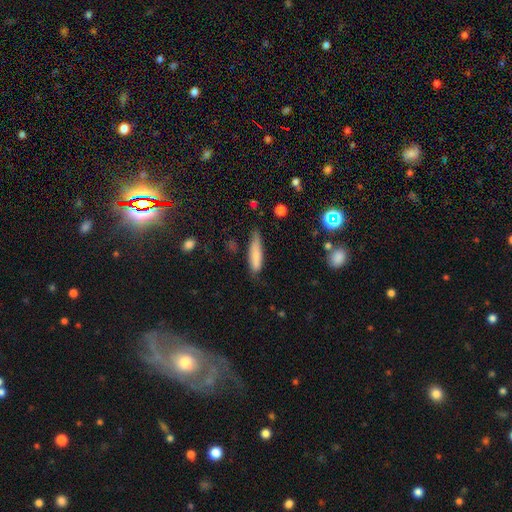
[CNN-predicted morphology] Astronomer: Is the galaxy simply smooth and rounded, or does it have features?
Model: smooth — 77%.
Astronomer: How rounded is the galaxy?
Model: cigar-shaped — 79%.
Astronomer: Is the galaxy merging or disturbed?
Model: none — 65%.